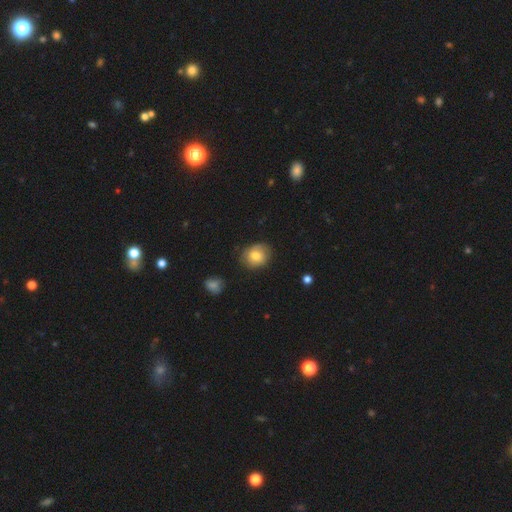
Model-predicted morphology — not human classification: This is likely a smooth galaxy (74%). How rounded: likely round (67%). Merging: likely none (74%).